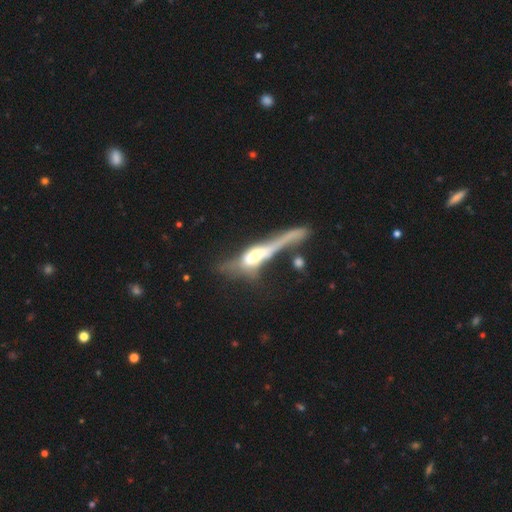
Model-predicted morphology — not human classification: Overall: featured or disk (48%; smooth 43%). Merging: major disturbance (41%; merger 33%).